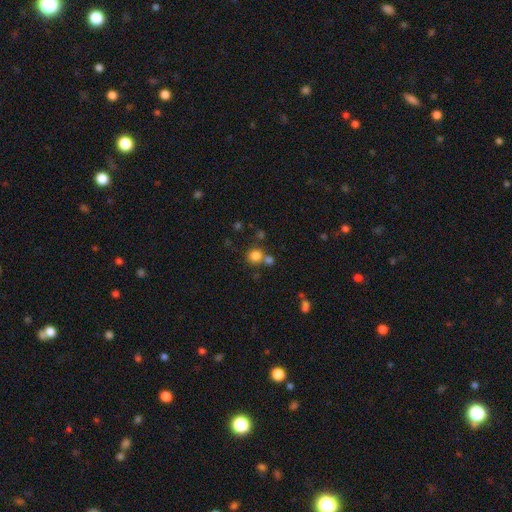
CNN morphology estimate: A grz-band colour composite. It shows a smooth galaxy with no disk features (80%) that is round (88%). Merging: none (62%).